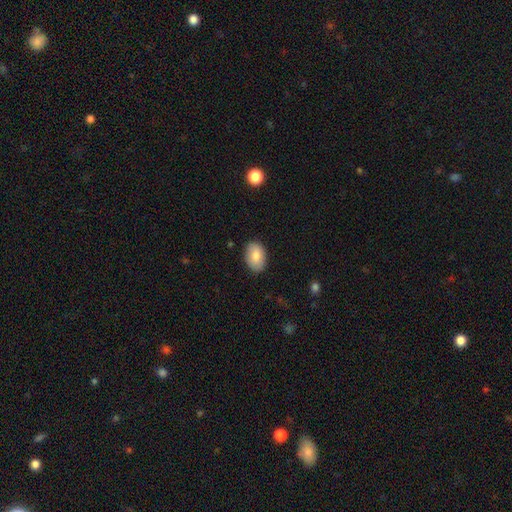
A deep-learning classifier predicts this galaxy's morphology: smooth 83%, featured or disk 10%, star or artifact 7%. Down the decision tree: how rounded — in between (87%); merging — none (87%).